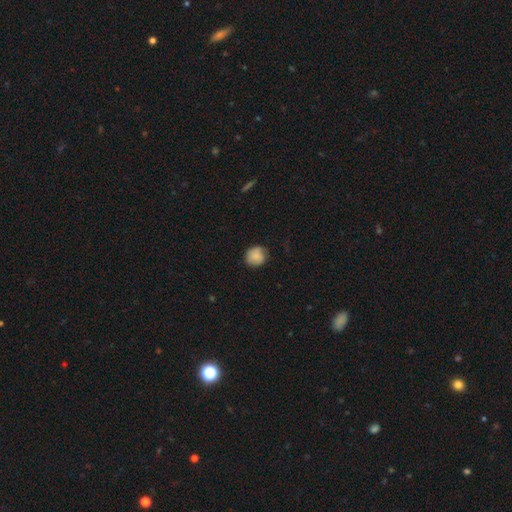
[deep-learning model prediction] A smooth galaxy with no disk features (81%) that is round (83%).

Vote fractions:
- Smooth or featured? smooth: 81% / featured or disk: 11% / star or artifact: 8%
- How rounded? round: 83% / in between: 16% / cigar-shaped: 1%
- Merging? none: 69% / minor disturbance: 24% / major disturbance: 5% / merger: 1%